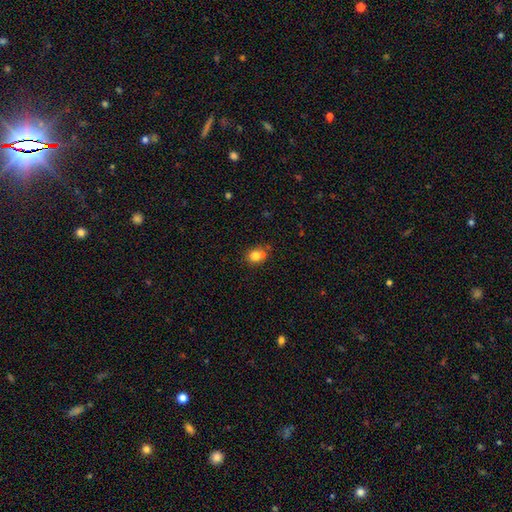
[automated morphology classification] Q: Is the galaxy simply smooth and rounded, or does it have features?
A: smooth — 81%.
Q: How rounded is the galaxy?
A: round — 63%.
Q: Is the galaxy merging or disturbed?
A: none — 65%.